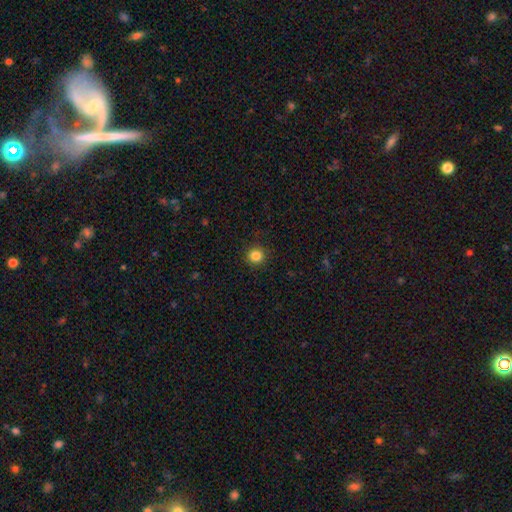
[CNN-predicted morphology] smooth 84%, star or artifact 12%, featured or disk 4%. Down the decision tree: how rounded — round (94%); merging — none (92%).